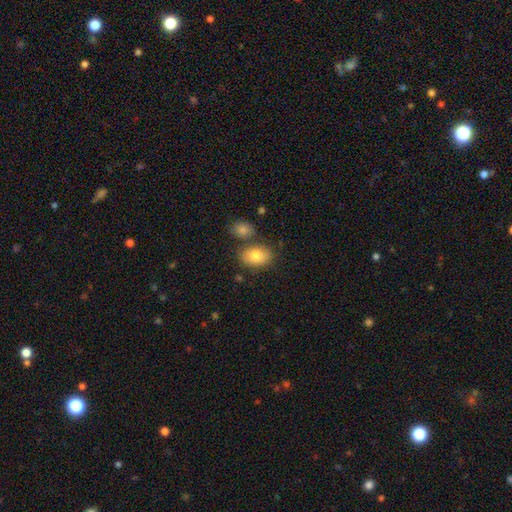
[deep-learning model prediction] Smooth or featured? smooth (81%)
How rounded? in between (85%)
Merging? none (70%)